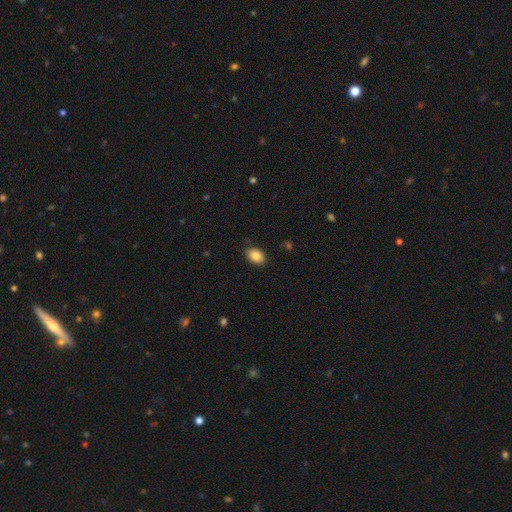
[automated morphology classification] A smooth galaxy with no disk features (87%) that is in between round and cigar-shaped (87%).

Vote fractions:
- Smooth or featured? smooth: 87% / star or artifact: 8% / featured or disk: 5%
- How rounded? in between: 87% / round: 12% / cigar-shaped: 1%
- Merging? none: 85% / minor disturbance: 11% / major disturbance: 2% / merger: 1%